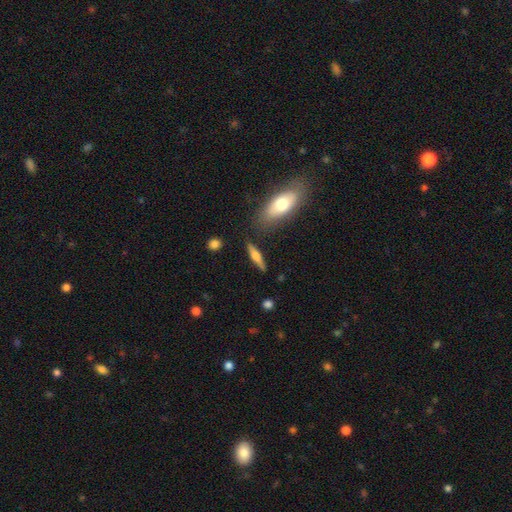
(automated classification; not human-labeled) A featured or disk galaxy (47%).

Vote fractions:
- Smooth or featured? featured or disk: 47% / smooth: 46% / star or artifact: 7%
- Merging? none: 80% / minor disturbance: 12% / merger: 4% / major disturbance: 3%